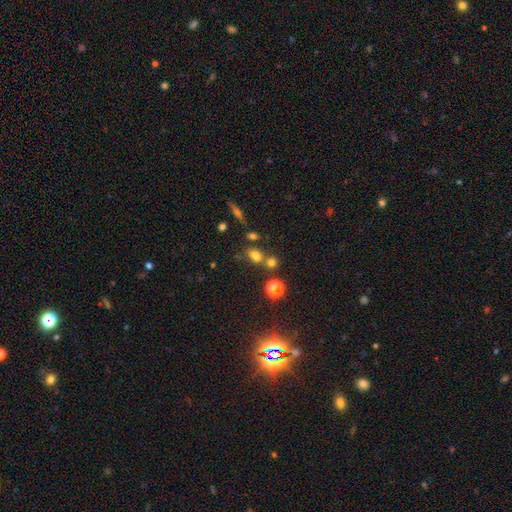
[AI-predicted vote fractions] Smooth or featured: smooth — 72% (star or artifact — 19%)
How rounded: in between — 64% (round — 33%)
Merging: none — 57% (merger — 26%)